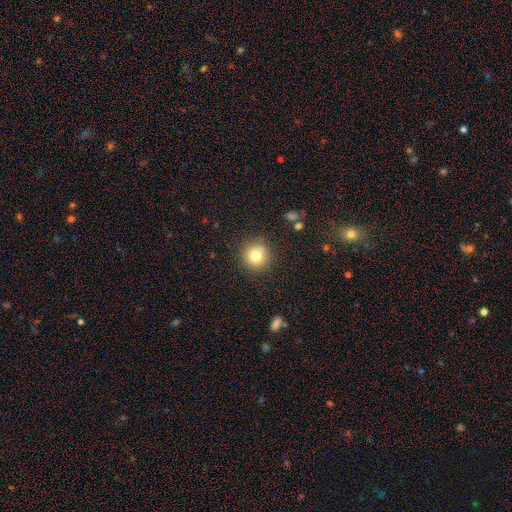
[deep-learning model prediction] smooth-or-featured: smooth: 79% | star or artifact: 12% | featured or disk: 10%
  how-rounded: round: 94% | in between: 5% | cigar-shaped: 1%
  merging: none: 87% | minor disturbance: 9% | major disturbance: 3% | merger: 2%